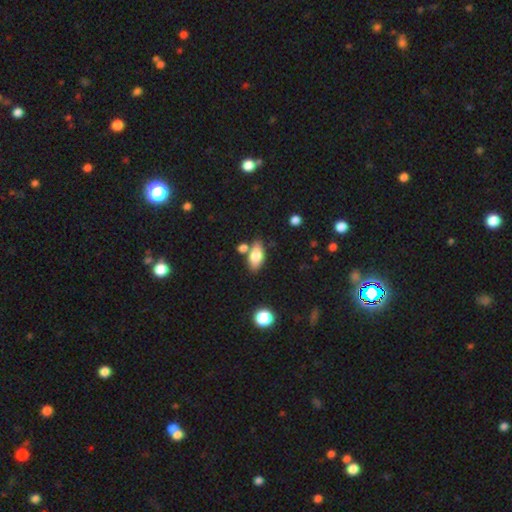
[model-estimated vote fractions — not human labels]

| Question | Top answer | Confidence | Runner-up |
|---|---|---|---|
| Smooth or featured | smooth | 75% | featured or disk (17%) |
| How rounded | in between | 87% | cigar-shaped (8%) |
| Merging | none | 69% | merger (14%) |